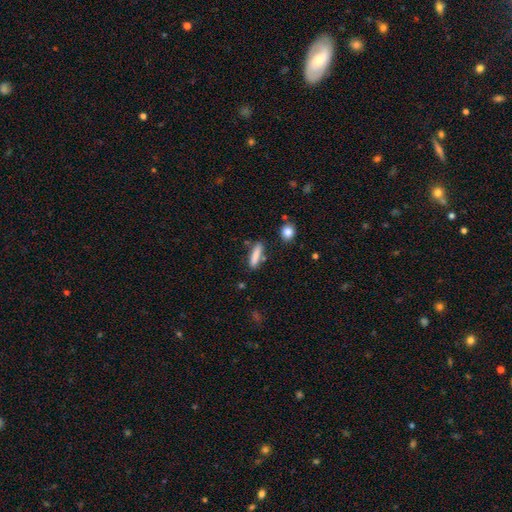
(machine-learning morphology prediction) Smooth or featured? smooth (83%)
How rounded? cigar-shaped (76%)
Merging? none (81%)